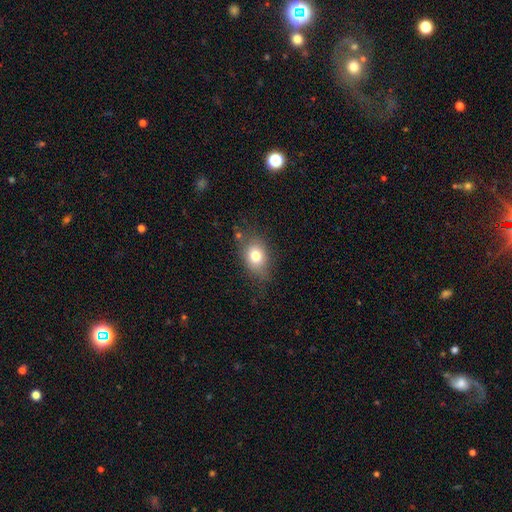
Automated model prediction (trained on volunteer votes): Smooth or featured?
  - smooth: 76% *
  - featured or disk: 13%
  - star or artifact: 11%
How rounded?
  - in between: 67% *
  - round: 31%
  - cigar-shaped: 2%
Merging?
  - none: 69% *
  - minor disturbance: 22%
  - major disturbance: 6%
  - merger: 3%